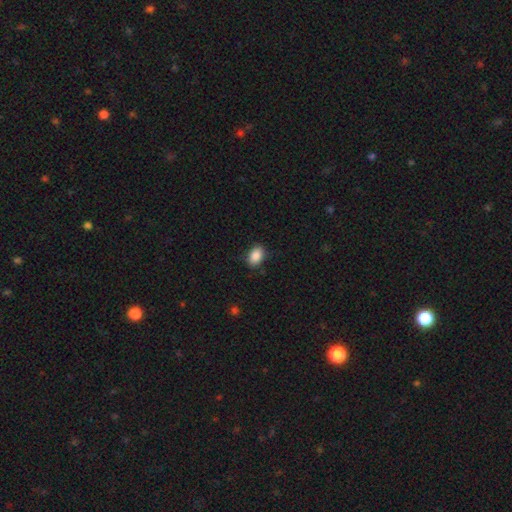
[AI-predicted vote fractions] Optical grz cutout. It shows a smooth galaxy with no disk features (88%) that is in between round and cigar-shaped (82%). Merging: none (84%).